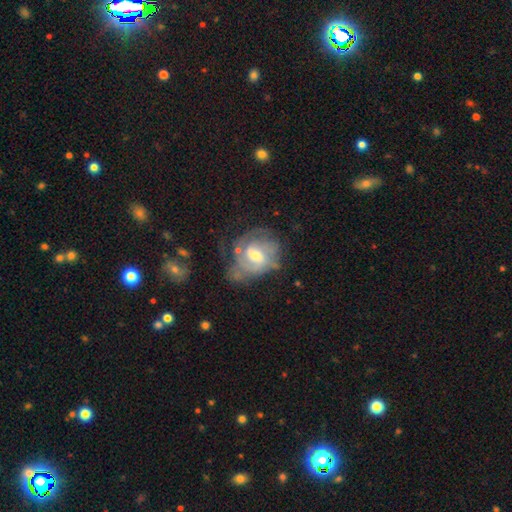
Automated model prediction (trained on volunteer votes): Smooth or featured?
  - featured or disk: 73% *
  - smooth: 20%
  - star or artifact: 7%
Edge-on disk?
  - no: 97% *
  - yes: 3%
Bar?
  - weak: 54% *
  - no: 34%
  - strong: 12%
Spiral arms?
  - yes: 83% *
  - no: 17%
Spiral winding?
  - tight: 46% *
  - medium: 40%
  - loose: 14%
Spiral arm count?
  - 2: 41% *
  - can't tell: 36%
  - 3: 11%
  - 1: 7%
  - 4: 3%
  - more than 4: 2%
Bulge size?
  - moderate: 57% *
  - small: 32%
  - large: 7%
  - none: 3%
  - dominant: 1%
Merging?
  - none: 46% *
  - minor disturbance: 27%
  - major disturbance: 22%
  - merger: 5%